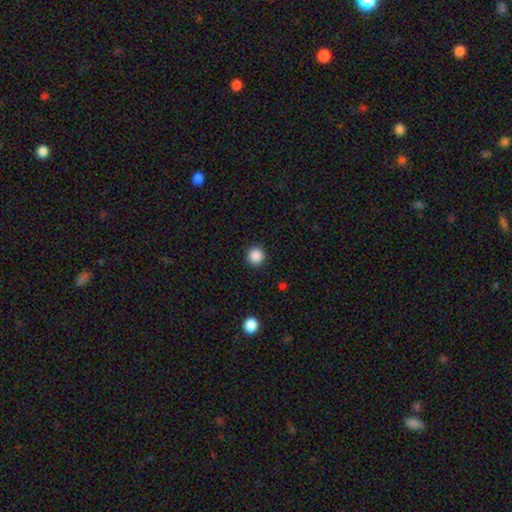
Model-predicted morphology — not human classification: type=smooth (88%); roundness=round (94%); merging=none (92%).